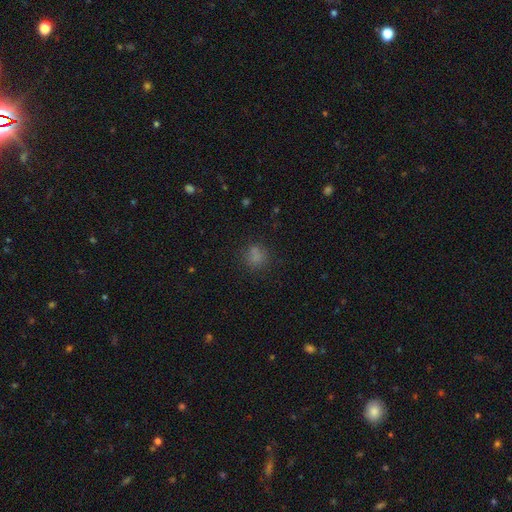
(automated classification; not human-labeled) smooth-or-featured: smooth: 74% | star or artifact: 18% | featured or disk: 8%
  how-rounded: round: 82% | in between: 17% | cigar-shaped: 1%
  merging: none: 72% | minor disturbance: 14% | merger: 8% | major disturbance: 6%